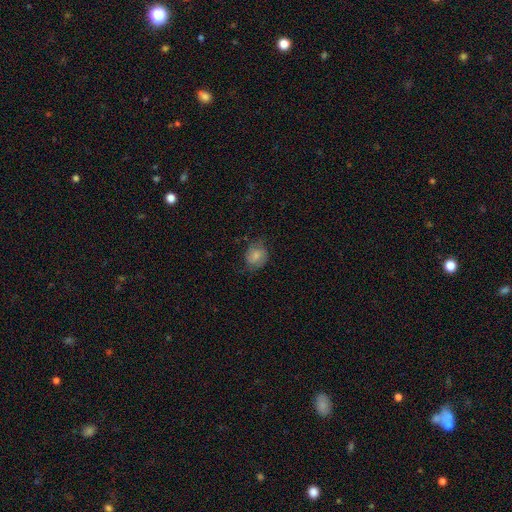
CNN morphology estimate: Q: Smooth or featured?
A: smooth (73%); runner-up: featured or disk (19%)
Q: How rounded?
A: round (61%); runner-up: in between (38%)
Q: Merging?
A: none (63%); runner-up: minor disturbance (26%)